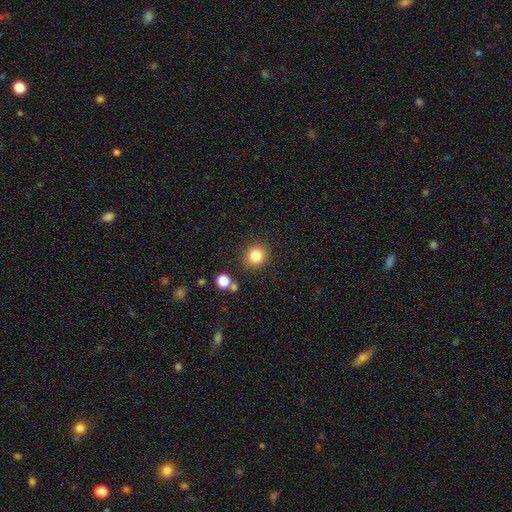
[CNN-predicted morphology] Smooth or featured?
  - smooth: 84% *
  - star or artifact: 11%
  - featured or disk: 5%
How rounded?
  - round: 88% *
  - in between: 11%
  - cigar-shaped: 1%
Merging?
  - none: 85% *
  - minor disturbance: 8%
  - merger: 4%
  - major disturbance: 3%